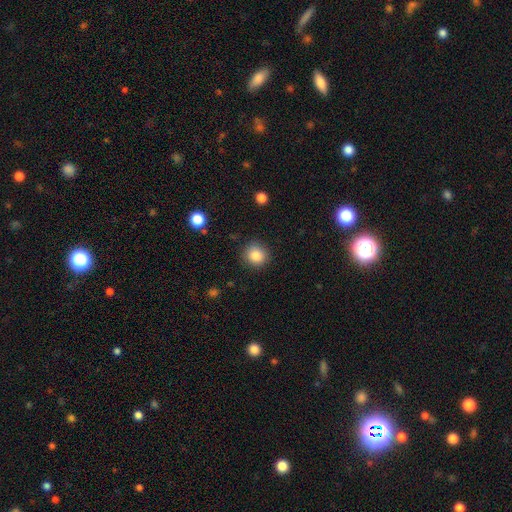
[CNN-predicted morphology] smooth_or_featured: smooth (p=0.85) [alt: star or artifact p=0.10]
how_rounded: round (p=0.90) [alt: in between p=0.09]
merging: none (p=0.89) [alt: minor disturbance p=0.08]